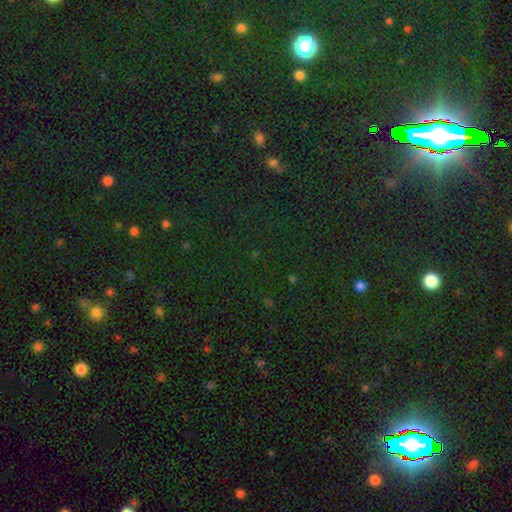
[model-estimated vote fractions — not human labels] Overall: star or artifact (80%).